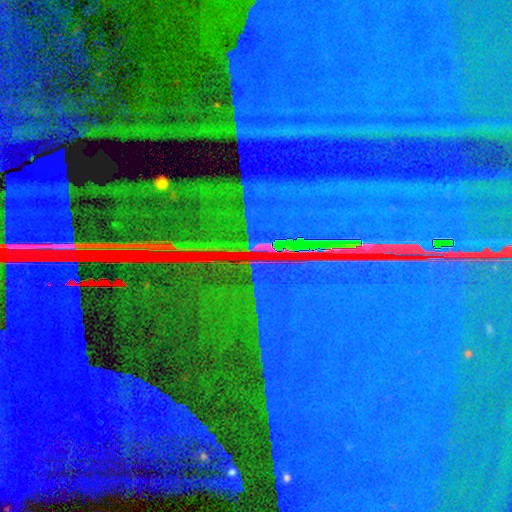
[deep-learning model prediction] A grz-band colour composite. It shows a star or artifact, not a galaxy (88%).